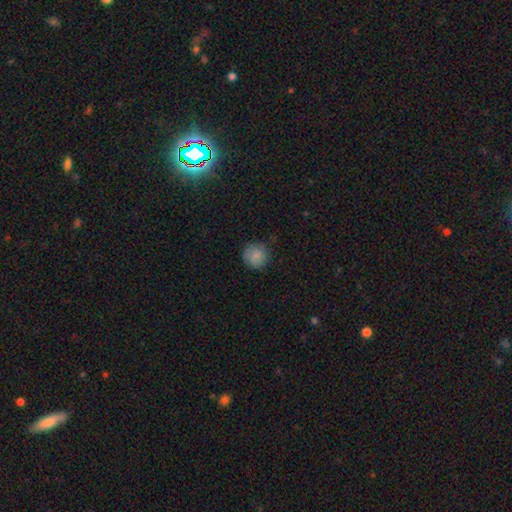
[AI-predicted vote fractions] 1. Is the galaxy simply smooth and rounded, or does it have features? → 84% smooth, 9% star or artifact, 7% featured or disk.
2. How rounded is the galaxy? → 91% round, 8% in between, 1% cigar-shaped.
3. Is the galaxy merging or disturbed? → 77% none, 17% minor disturbance, 4% major disturbance, 1% merger.